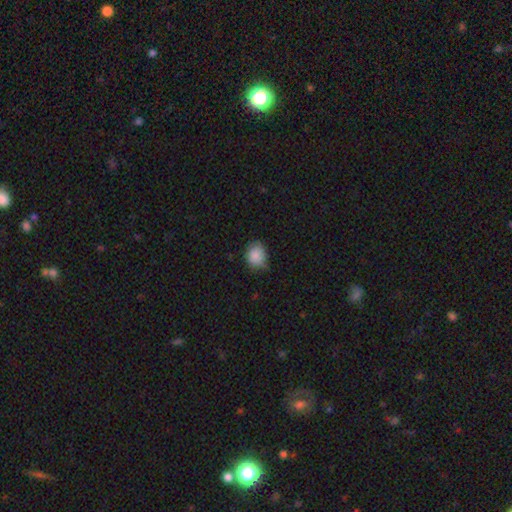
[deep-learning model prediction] Morphology: type=smooth (86%); roundness=round (65%); merging=none (58%).